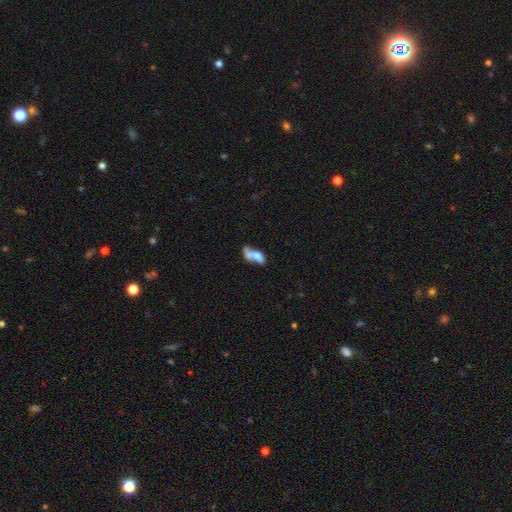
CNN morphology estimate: type=smooth (55%); roundness=in between (79%); merging=merger (56%).